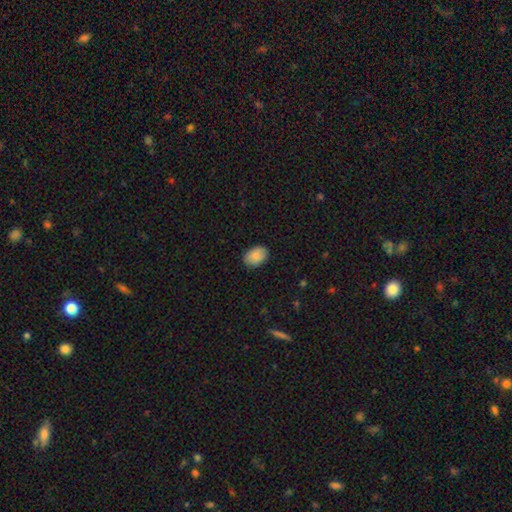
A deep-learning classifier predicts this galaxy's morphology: smooth_or_featured: smooth (p=0.86) [alt: featured or disk p=0.07]
how_rounded: in between (p=0.81) [alt: round p=0.18]
merging: none (p=0.86) [alt: minor disturbance p=0.11]